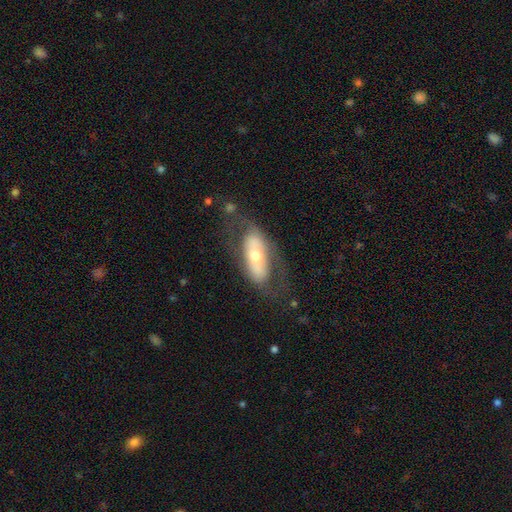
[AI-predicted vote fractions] smooth_or_featured: featured or disk (p=0.58) [alt: smooth p=0.36]
disk_edge_on: no (p=0.85) [alt: yes p=0.15]
merging: none (p=0.61) [alt: minor disturbance p=0.20]